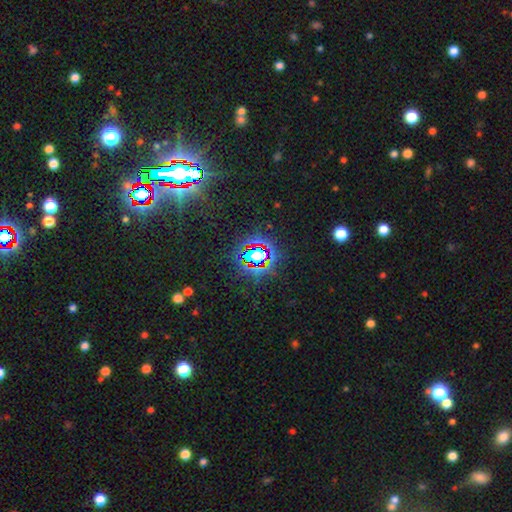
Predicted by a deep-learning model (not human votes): This appears to be a star or artifact, not a galaxy (73%).